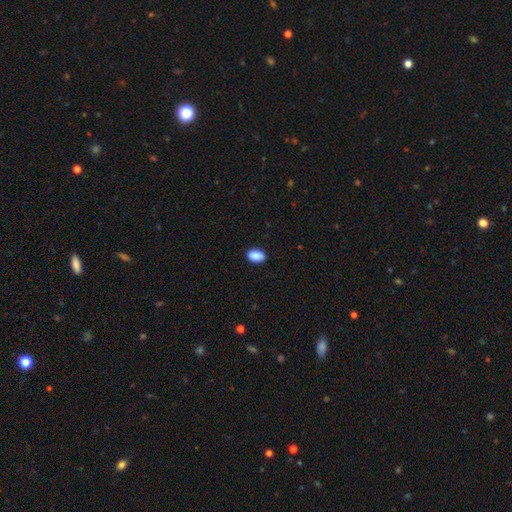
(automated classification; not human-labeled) This is clearly a smooth galaxy (89%). How rounded: clearly in between (90%). Merging: clearly none (86%).